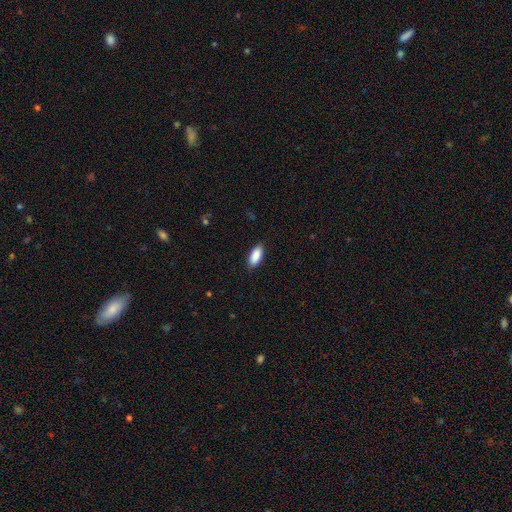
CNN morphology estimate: A smooth galaxy with no disk features (90%) that is in between round and cigar-shaped (88%). Merging: none (88%).